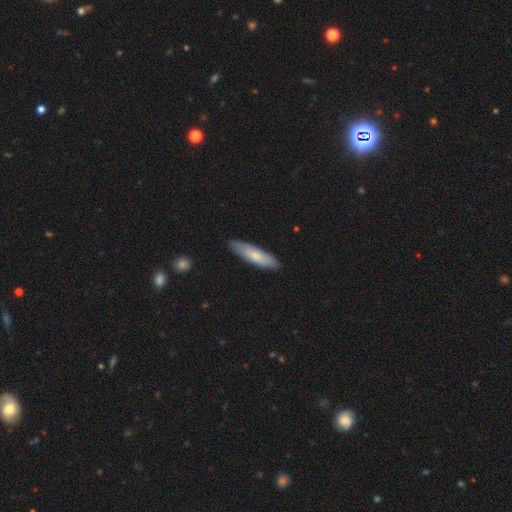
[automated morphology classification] Overall: smooth (72%). How rounded: cigar-shaped (71%). Merging: none (87%).